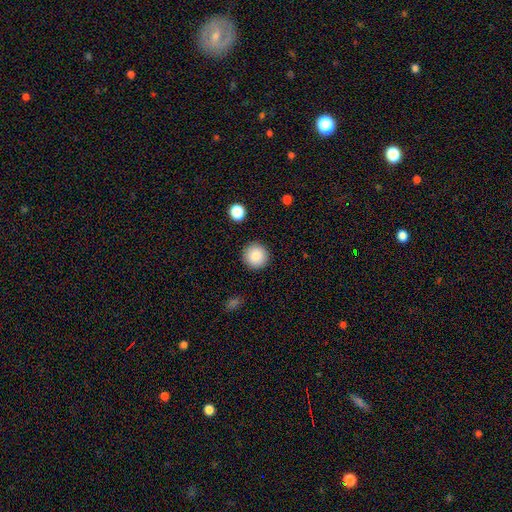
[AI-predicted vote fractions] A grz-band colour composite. It shows a smooth galaxy with no disk features (87%) that is round (95%). Merging: none (92%).